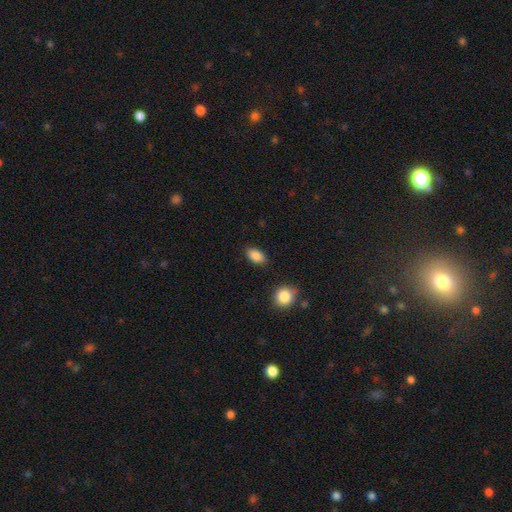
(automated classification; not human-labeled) A smooth galaxy with no disk features (88%) that is in between round and cigar-shaped (89%).

Vote fractions:
- Smooth or featured? smooth: 88% / star or artifact: 8% / featured or disk: 4%
- How rounded? in between: 89% / round: 9% / cigar-shaped: 2%
- Merging? none: 85% / minor disturbance: 10% / major disturbance: 3% / merger: 2%